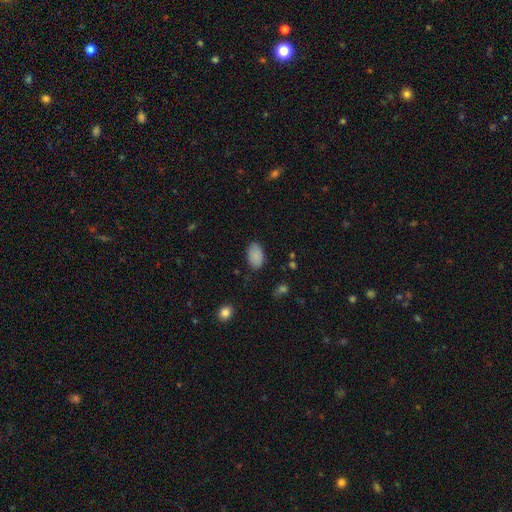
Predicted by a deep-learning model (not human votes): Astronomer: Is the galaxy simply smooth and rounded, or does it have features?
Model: smooth — 85%.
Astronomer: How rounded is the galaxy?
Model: in between — 91%.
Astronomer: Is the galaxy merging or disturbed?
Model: none — 80%.